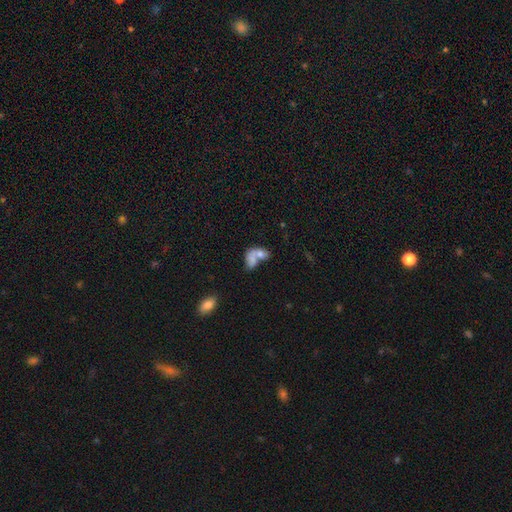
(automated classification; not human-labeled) smooth_or_featured: smooth (p=0.69) [alt: featured or disk p=0.21]
how_rounded: in between (p=0.84) [alt: round p=0.13]
merging: merger (p=0.68) [alt: none p=0.17]